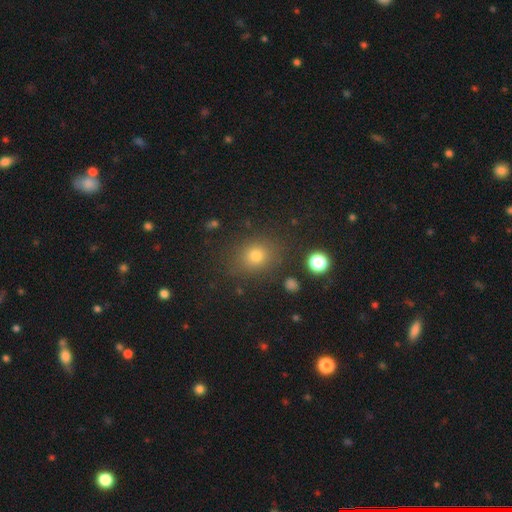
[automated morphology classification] Smooth or featured? Predicted: smooth (p=0.76). How rounded? Predicted: round (p=0.62). Merging? Predicted: none (p=0.83).